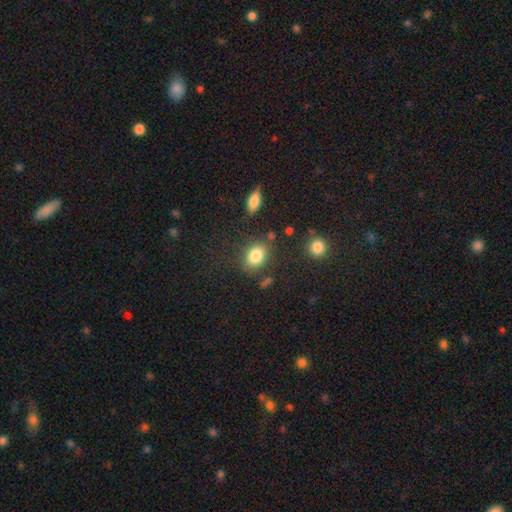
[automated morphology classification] A smooth galaxy with no disk features (84%) that is in between round and cigar-shaped (70%). Merging: none (75%).